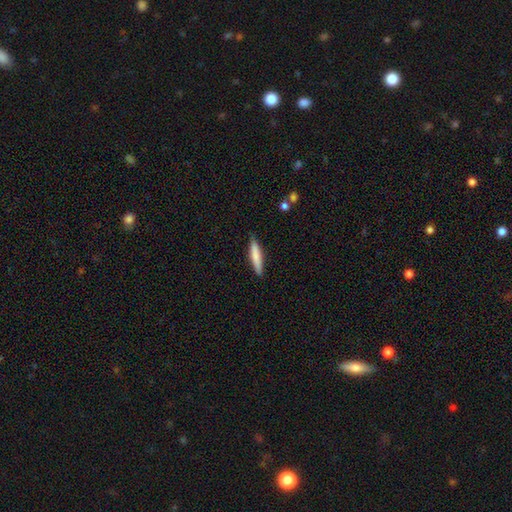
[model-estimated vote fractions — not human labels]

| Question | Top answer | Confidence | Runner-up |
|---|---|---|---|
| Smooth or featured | smooth | 73% | featured or disk (22%) |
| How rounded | cigar-shaped | 88% | in between (10%) |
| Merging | none | 86% | minor disturbance (11%) |